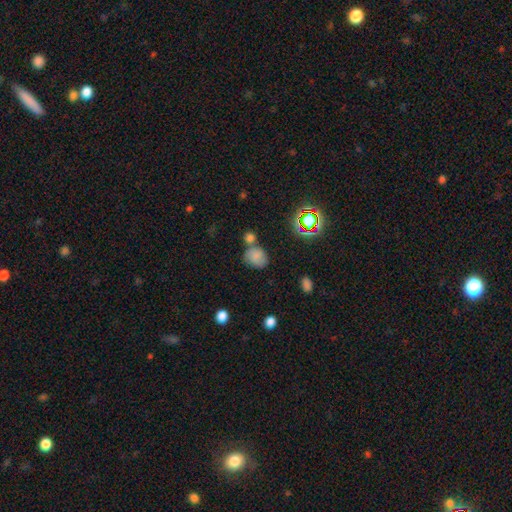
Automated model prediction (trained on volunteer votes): A smooth galaxy with no disk features (75%) that is round (56%).

Vote fractions:
- Smooth or featured? smooth: 75% / star or artifact: 15% / featured or disk: 10%
- How rounded? round: 56% / in between: 43% / cigar-shaped: 1%
- Merging? none: 51% / merger: 28% / minor disturbance: 15% / major disturbance: 6%